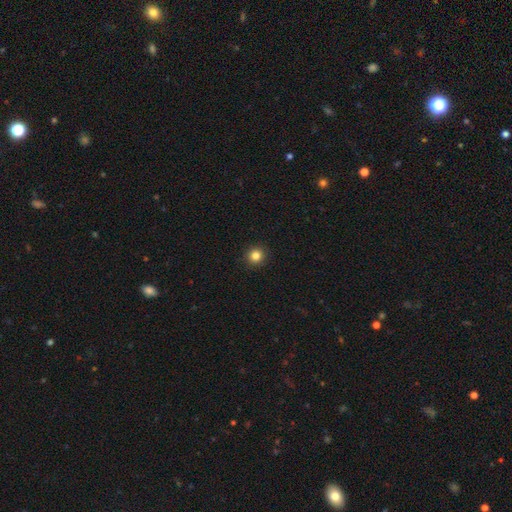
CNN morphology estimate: Smooth or featured? Predicted: smooth (p=0.84). How rounded? Predicted: round (p=0.92). Merging? Predicted: none (p=0.93).